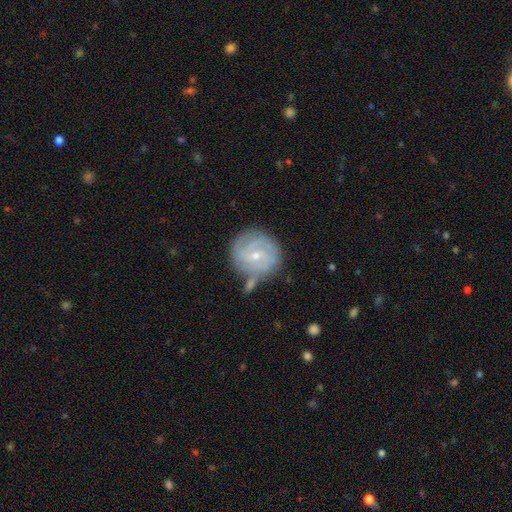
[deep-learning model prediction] Smooth or featured? featured or disk (76%)
Edge-on disk? no (97%)
Bar? no (52%)
Spiral arms? yes (92%)
Spiral winding? tight (66%)
Spiral arm count? 2 (31%)
Bulge size? small (66%)
Merging? none (64%)